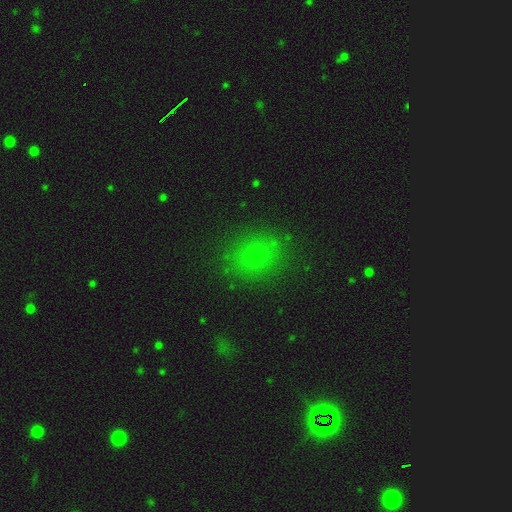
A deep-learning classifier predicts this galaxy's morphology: Smooth or featured?
  - smooth: 67% *
  - star or artifact: 23%
  - featured or disk: 10%
How rounded?
  - round: 63% *
  - in between: 36%
  - cigar-shaped: 1%
Merging?
  - none: 82% *
  - minor disturbance: 12%
  - major disturbance: 4%
  - merger: 1%